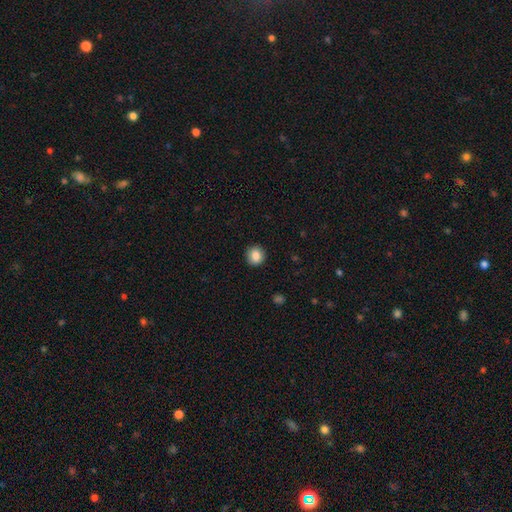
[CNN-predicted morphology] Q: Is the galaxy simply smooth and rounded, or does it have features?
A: smooth — 86%.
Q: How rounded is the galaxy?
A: round — 90%.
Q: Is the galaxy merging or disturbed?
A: none — 91%.